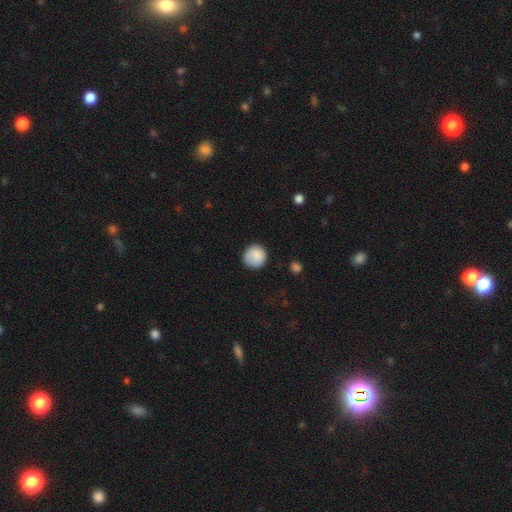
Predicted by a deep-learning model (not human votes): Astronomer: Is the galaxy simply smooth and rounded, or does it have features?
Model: smooth — 85%.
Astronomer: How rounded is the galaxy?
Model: round — 92%.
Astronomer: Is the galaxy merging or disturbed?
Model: none — 80%.